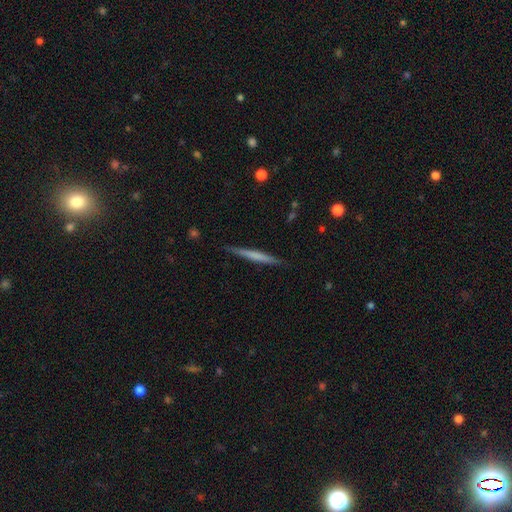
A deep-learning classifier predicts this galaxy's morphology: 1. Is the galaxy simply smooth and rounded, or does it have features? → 52% smooth, 43% featured or disk, 5% star or artifact.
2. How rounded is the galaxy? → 96% cigar-shaped, 2% in between, 1% round.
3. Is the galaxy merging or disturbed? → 88% none, 9% minor disturbance, 2% major disturbance, 1% merger.